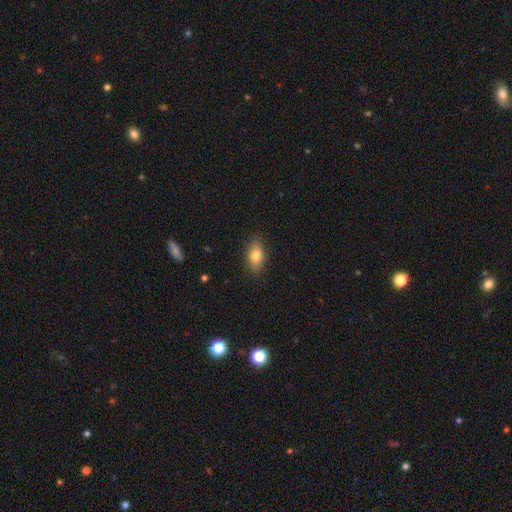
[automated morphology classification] Smooth or featured?
  - smooth: 78% *
  - featured or disk: 14%
  - star or artifact: 8%
How rounded?
  - in between: 84% *
  - round: 8%
  - cigar-shaped: 8%
Merging?
  - none: 86% *
  - minor disturbance: 11%
  - major disturbance: 2%
  - merger: 1%